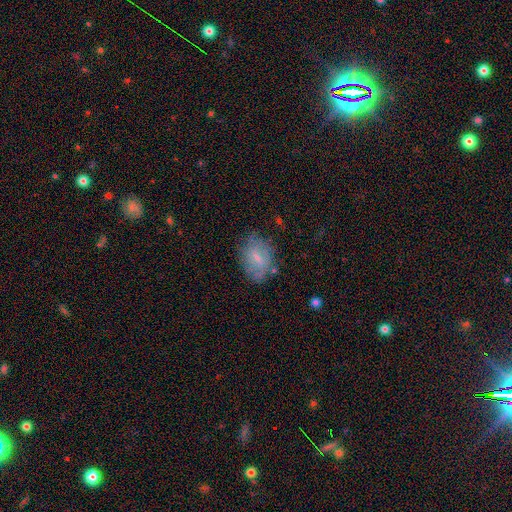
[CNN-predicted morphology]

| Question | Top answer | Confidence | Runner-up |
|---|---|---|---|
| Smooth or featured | smooth | 56% | featured or disk (34%) |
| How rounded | in between | 79% | round (18%) |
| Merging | none | 66% | minor disturbance (23%) |